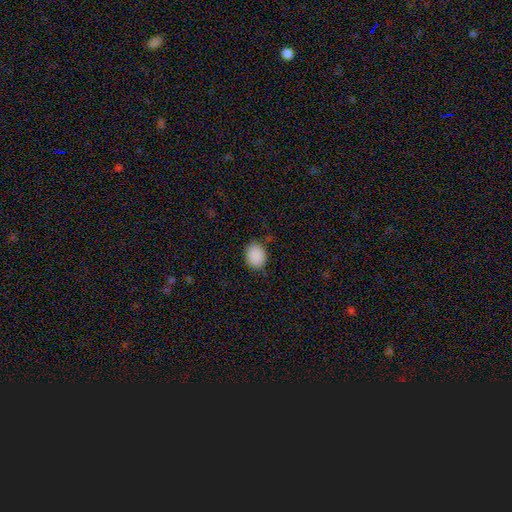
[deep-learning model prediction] Smooth or featured? Predicted: smooth (p=0.89). How rounded? Predicted: in between (p=0.56). Merging? Predicted: none (p=0.79).